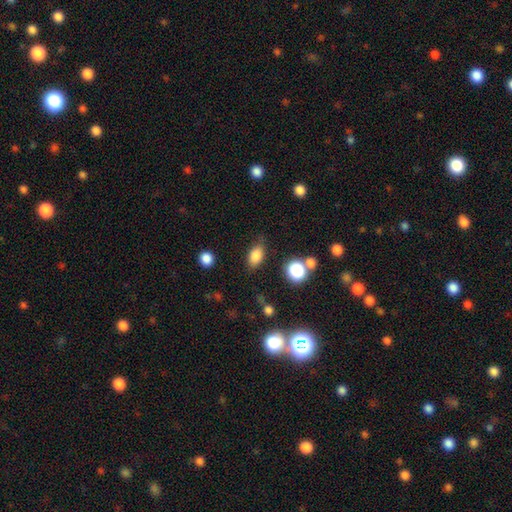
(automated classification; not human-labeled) This is clearly a smooth galaxy (83%). How rounded: clearly in between (86%). Merging: likely none (76%).